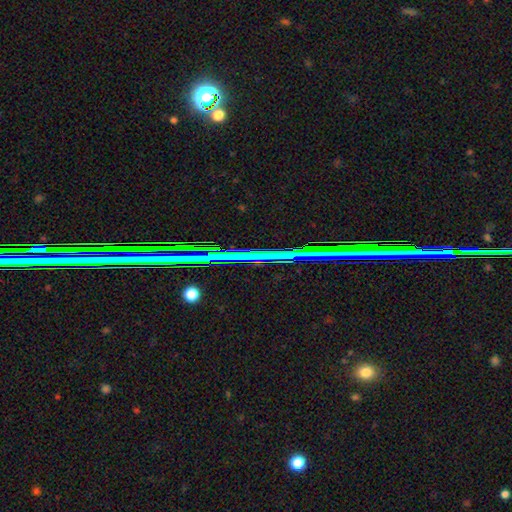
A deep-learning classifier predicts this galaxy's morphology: Smooth or featured: star or artifact — 73% (featured or disk — 16%)